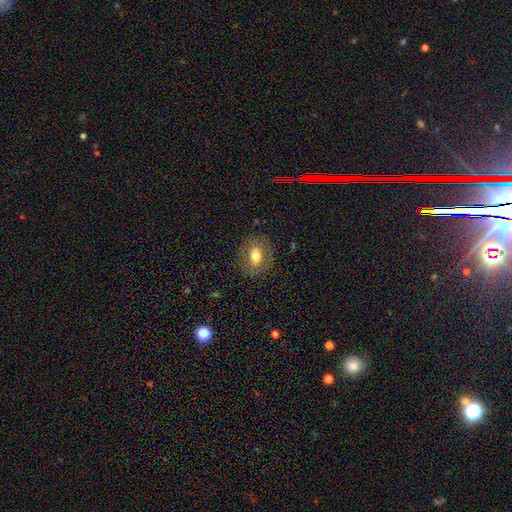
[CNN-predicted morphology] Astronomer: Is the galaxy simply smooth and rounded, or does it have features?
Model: smooth — 66%.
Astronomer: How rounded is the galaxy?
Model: in between — 63%.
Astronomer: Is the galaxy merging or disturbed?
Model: none — 82%.